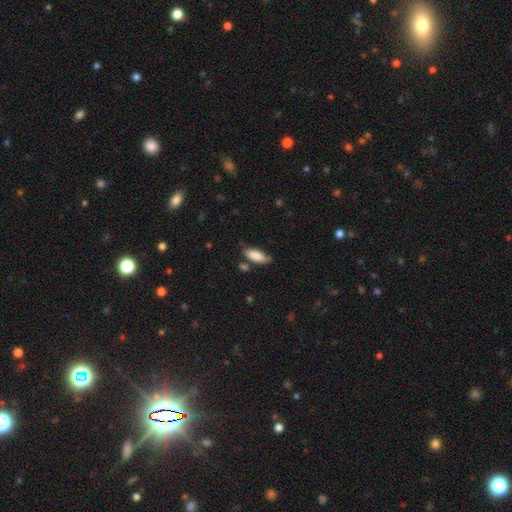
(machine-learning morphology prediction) Smooth or featured? Predicted: smooth (p=0.86). How rounded? Predicted: in between (p=0.75). Merging? Predicted: none (p=0.71).